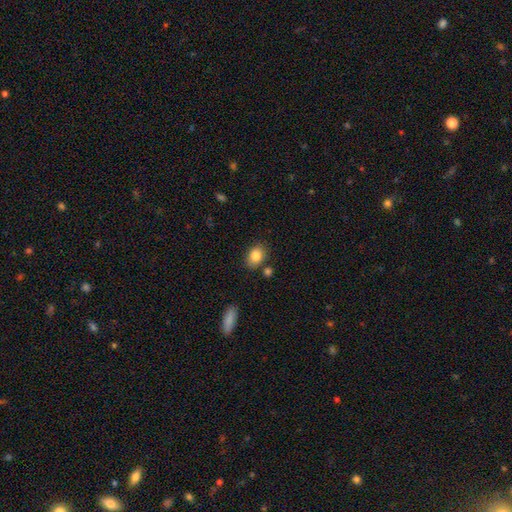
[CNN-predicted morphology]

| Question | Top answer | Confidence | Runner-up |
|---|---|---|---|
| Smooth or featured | smooth | 85% | star or artifact (8%) |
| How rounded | in between | 71% | round (27%) |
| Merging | none | 77% | minor disturbance (14%) |